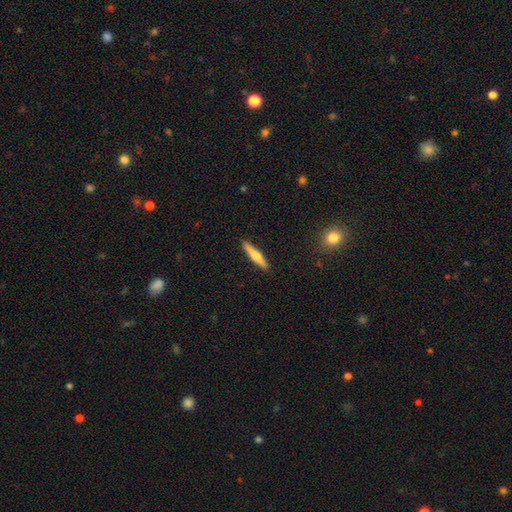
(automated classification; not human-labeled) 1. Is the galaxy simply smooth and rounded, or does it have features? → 54% featured or disk, 41% smooth, 5% star or artifact.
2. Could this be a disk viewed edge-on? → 96% yes, 4% no.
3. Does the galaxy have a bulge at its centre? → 92% rounded, 5% none, 3% boxy.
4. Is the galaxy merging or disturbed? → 91% none, 6% minor disturbance, 1% major disturbance, 1% merger.